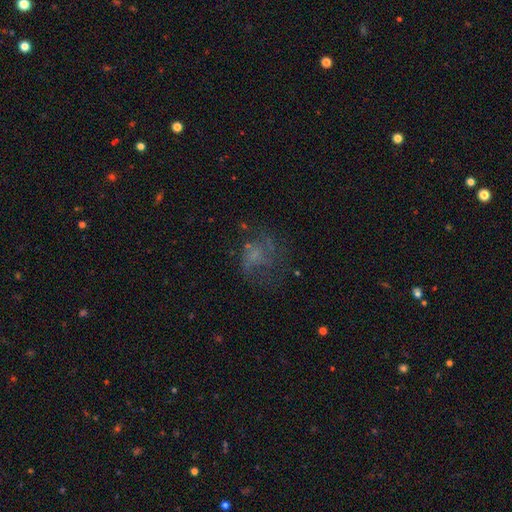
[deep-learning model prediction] Smooth or featured? featured or disk (50%)
Edge-on disk? no (98%)
Merging? none (49%)